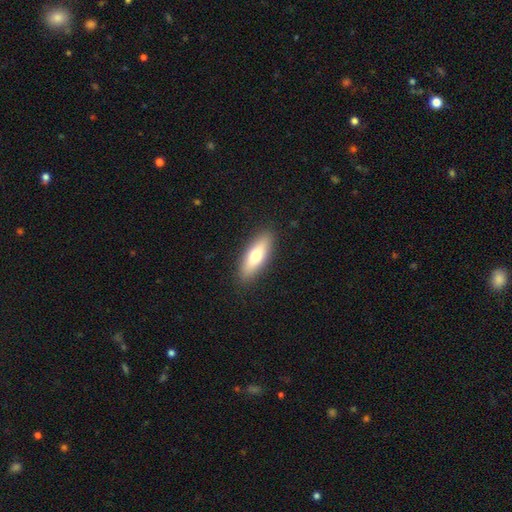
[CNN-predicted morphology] A smooth galaxy with no disk features (65%) that is in between round and cigar-shaped (52%).

Vote fractions:
- Smooth or featured? smooth: 65% / featured or disk: 29% / star or artifact: 6%
- How rounded? in between: 52% / cigar-shaped: 45% / round: 2%
- Merging? none: 89% / minor disturbance: 8% / major disturbance: 2% / merger: 1%